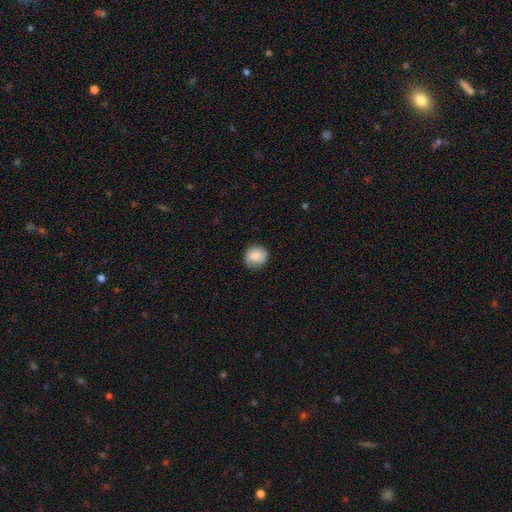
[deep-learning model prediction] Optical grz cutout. It shows a smooth galaxy with no disk features (83%) that is round (84%). Merging: none (82%).